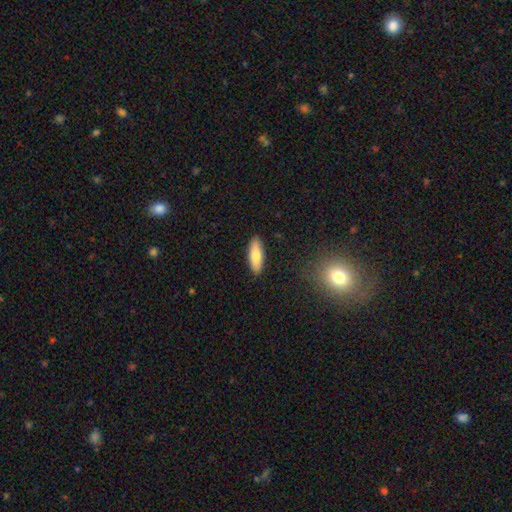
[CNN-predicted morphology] Smooth or featured? smooth (76%)
How rounded? in between (60%)
Merging? none (90%)